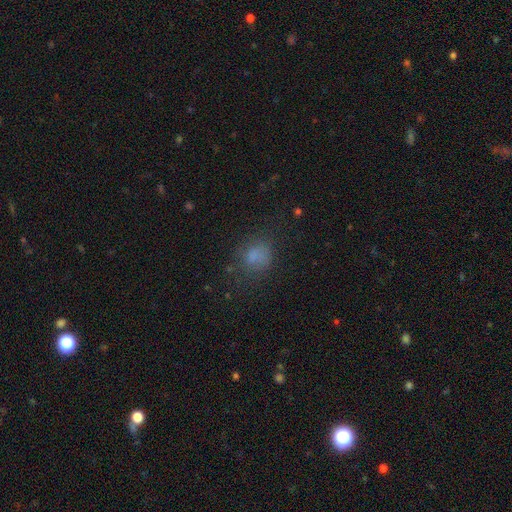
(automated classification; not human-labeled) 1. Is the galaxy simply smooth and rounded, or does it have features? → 72% smooth, 17% star or artifact, 11% featured or disk.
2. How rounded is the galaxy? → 62% round, 37% in between, 1% cigar-shaped.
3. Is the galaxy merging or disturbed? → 63% none, 21% minor disturbance, 14% major disturbance, 2% merger.